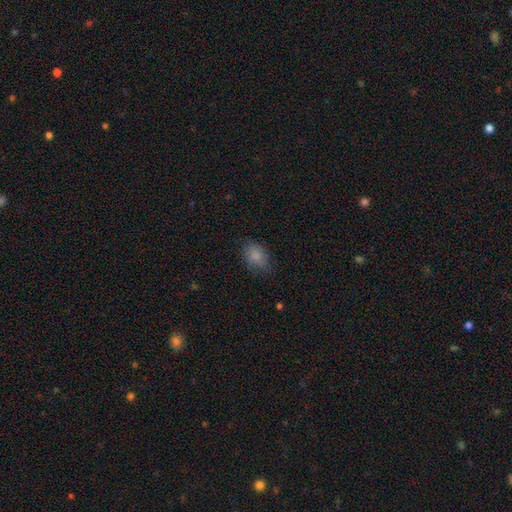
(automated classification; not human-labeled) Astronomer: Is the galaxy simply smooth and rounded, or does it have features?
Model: smooth — 84%.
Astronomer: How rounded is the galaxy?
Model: in between — 80%.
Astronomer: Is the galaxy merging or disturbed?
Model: none — 70%.